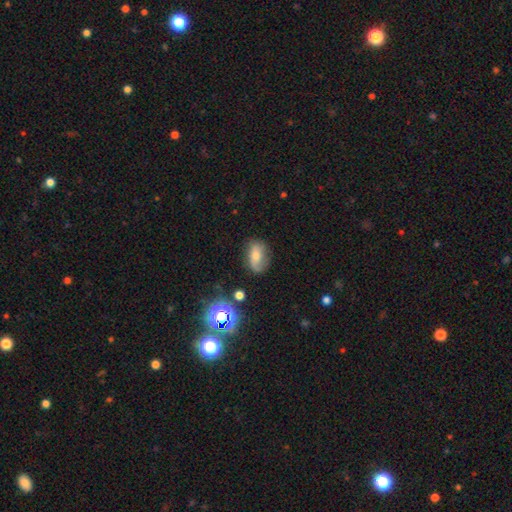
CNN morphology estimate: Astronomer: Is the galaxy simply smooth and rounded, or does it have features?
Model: smooth — 52% (runner-up: featured or disk, 33%).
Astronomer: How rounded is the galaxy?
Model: in between — 81%.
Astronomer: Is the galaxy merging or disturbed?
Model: none — 65%.